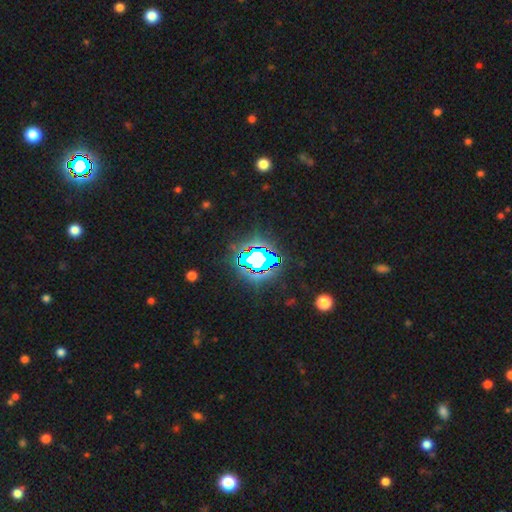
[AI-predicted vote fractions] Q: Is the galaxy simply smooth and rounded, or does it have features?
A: star or artifact — 78%.